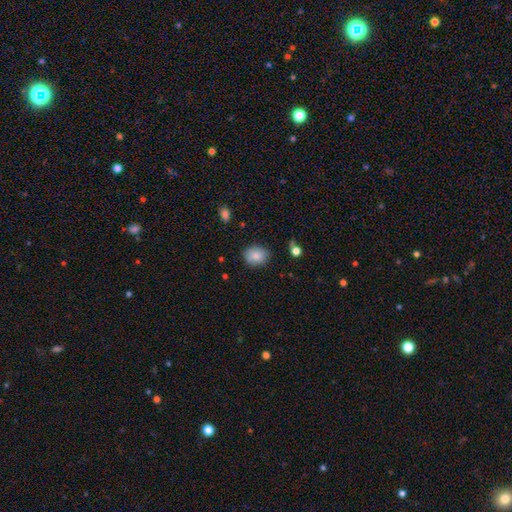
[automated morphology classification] smooth-or-featured: smooth: 84% | star or artifact: 8% | featured or disk: 7%
  how-rounded: round: 51% | in between: 48% | cigar-shaped: 1%
  merging: none: 83% | minor disturbance: 12% | major disturbance: 3% | merger: 2%